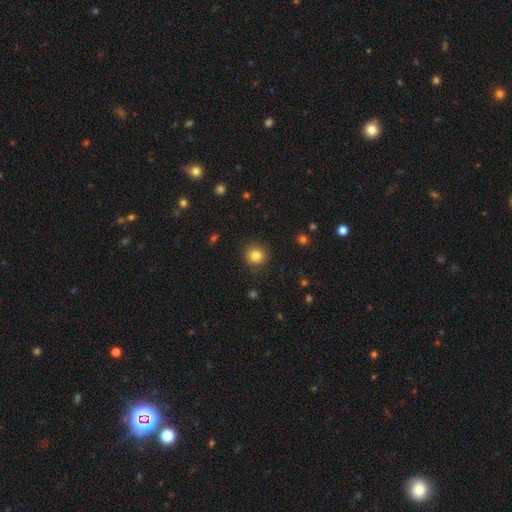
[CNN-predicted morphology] Overall: smooth (82%). How rounded: round (93%). Merging: none (89%).